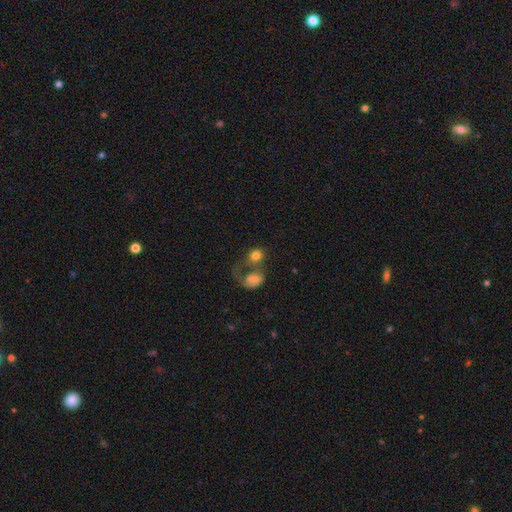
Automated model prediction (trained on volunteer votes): Morphology: type=smooth (75%); roundness=round (58%); merging=merger (49%).